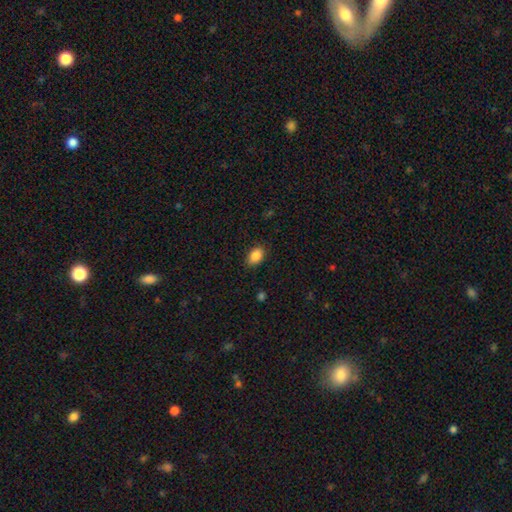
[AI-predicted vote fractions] Smooth or featured?
  - smooth: 88% *
  - star or artifact: 8%
  - featured or disk: 4%
How rounded?
  - in between: 84% *
  - round: 14%
  - cigar-shaped: 1%
Merging?
  - none: 85% *
  - minor disturbance: 11%
  - major disturbance: 3%
  - merger: 1%